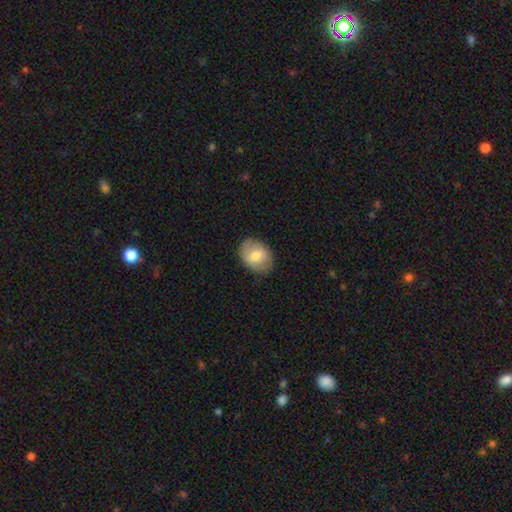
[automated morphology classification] smooth-or-featured: smooth: 70% | featured or disk: 23% | star or artifact: 7%
  how-rounded: in between: 64% | round: 35% | cigar-shaped: 1%
  merging: none: 81% | minor disturbance: 14% | major disturbance: 3% | merger: 1%